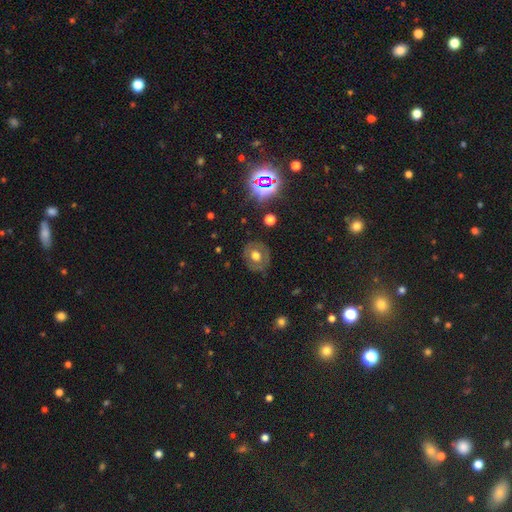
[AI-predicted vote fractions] This appears to be a smooth galaxy with no disk features (50%). Merging: none (82%).